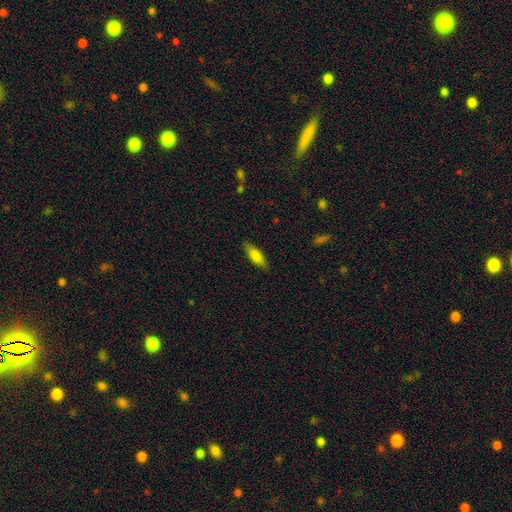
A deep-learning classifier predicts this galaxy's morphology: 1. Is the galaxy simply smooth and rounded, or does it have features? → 80% smooth, 13% featured or disk, 6% star or artifact.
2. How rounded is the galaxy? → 57% in between, 42% cigar-shaped, 2% round.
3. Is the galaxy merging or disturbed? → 84% none, 12% minor disturbance, 3% major disturbance, 1% merger.